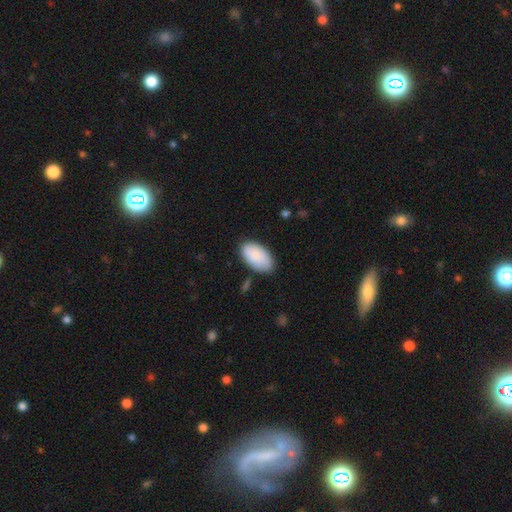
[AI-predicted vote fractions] This appears to be a smooth galaxy with no disk features (86%) that is in between round and cigar-shaped (95%). Merging: none (78%).